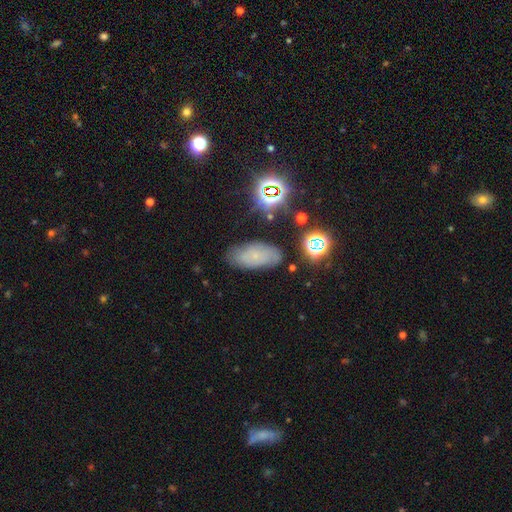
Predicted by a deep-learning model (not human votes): Smooth or featured? Predicted: smooth (p=0.49). Merging? Predicted: none (p=0.76).